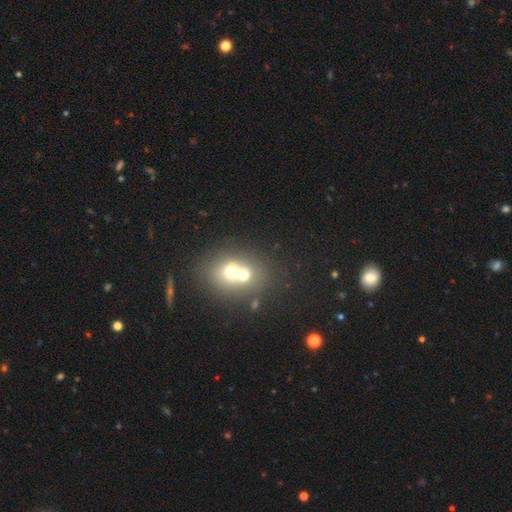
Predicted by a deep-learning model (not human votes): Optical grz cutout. It shows a smooth galaxy with no disk features (53%) that is in between round and cigar-shaped (63%). Merging: none (55%).